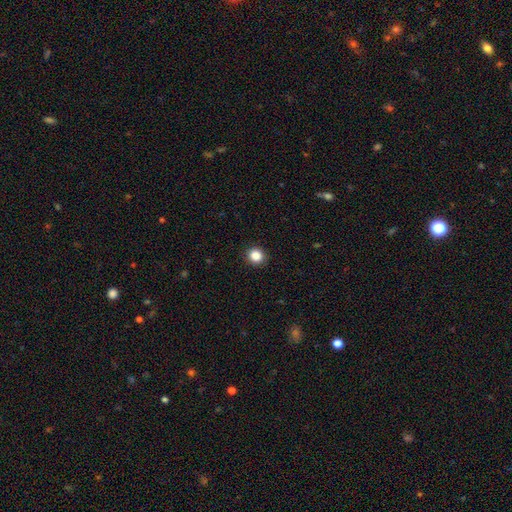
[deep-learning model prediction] Smooth or featured?
  - smooth: 86% *
  - star or artifact: 10%
  - featured or disk: 3%
How rounded?
  - round: 87% *
  - in between: 13%
  - cigar-shaped: 1%
Merging?
  - none: 91% *
  - minor disturbance: 6%
  - major disturbance: 2%
  - merger: 1%